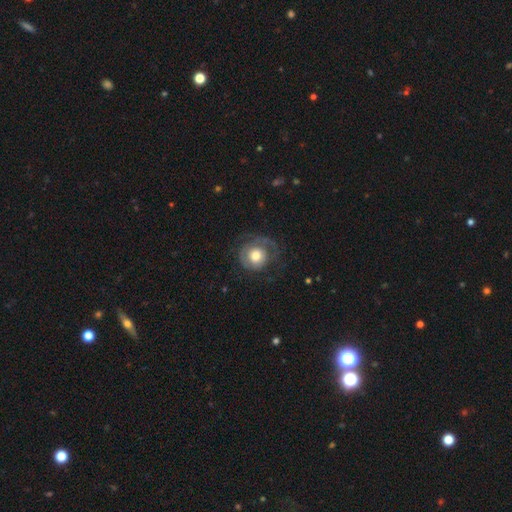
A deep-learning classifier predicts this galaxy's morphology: Overall: smooth (52%; featured or disk 40%). How rounded: round (88%). Merging: none (57%; major disturbance 21%).